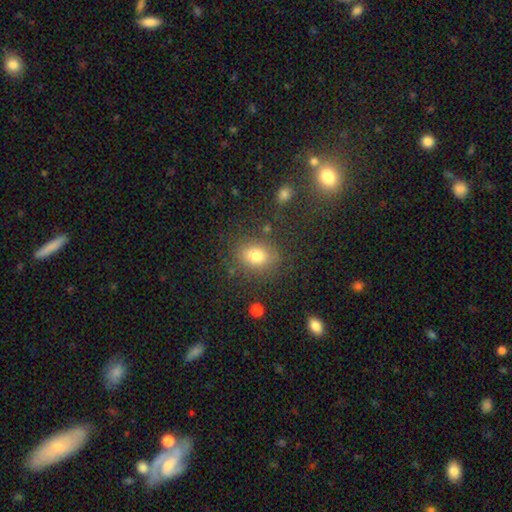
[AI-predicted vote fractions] smooth 76%, star or artifact 12%, featured or disk 11%. Down the decision tree: how rounded — in between (63%); merging — none (78%).